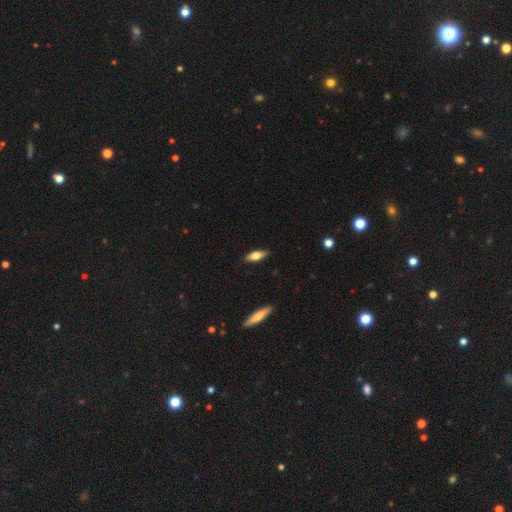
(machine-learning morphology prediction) smooth 68%, featured or disk 26%, star or artifact 6%. Down the decision tree: how rounded — in between (66%); merging — none (88%).